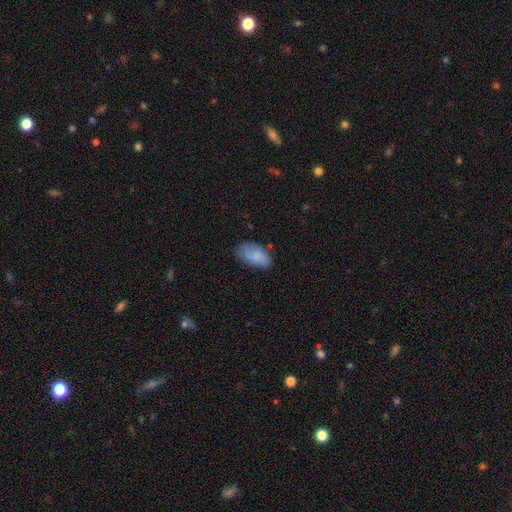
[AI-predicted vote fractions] Morphology: type=smooth (81%); roundness=in between (94%); merging=none (62%).